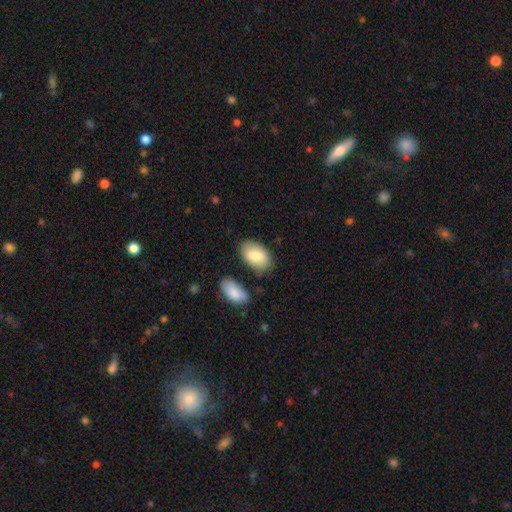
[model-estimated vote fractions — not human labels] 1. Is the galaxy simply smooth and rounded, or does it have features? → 81% smooth, 12% featured or disk, 6% star or artifact.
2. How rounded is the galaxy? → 92% in between, 6% round, 1% cigar-shaped.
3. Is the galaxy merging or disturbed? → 71% none, 17% minor disturbance, 7% merger, 4% major disturbance.